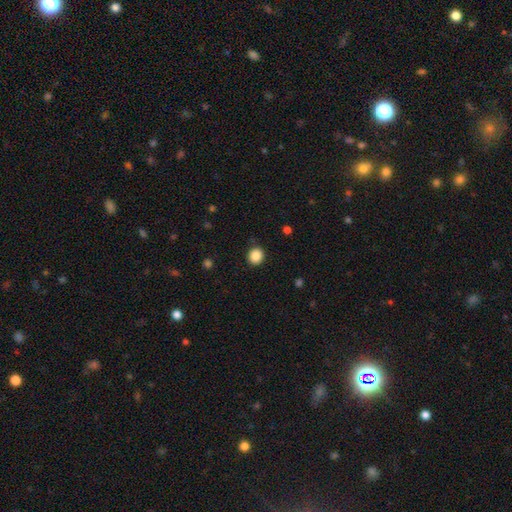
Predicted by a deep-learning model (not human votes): Q: Smooth or featured?
A: smooth (87%); runner-up: star or artifact (10%)
Q: How rounded?
A: round (83%); runner-up: in between (16%)
Q: Merging?
A: none (87%); runner-up: minor disturbance (9%)